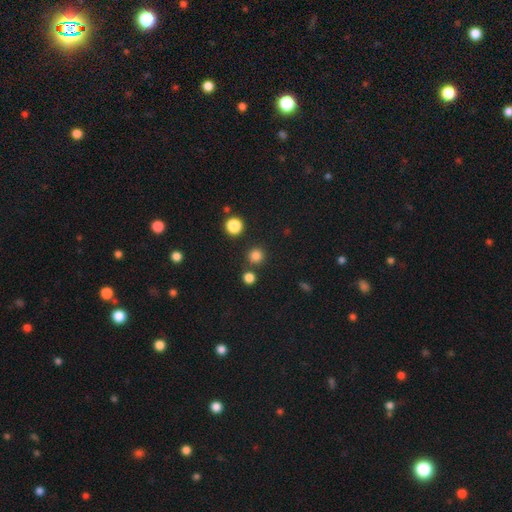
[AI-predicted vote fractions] Q: Smooth or featured?
A: smooth (80%); runner-up: star or artifact (16%)
Q: How rounded?
A: round (93%); runner-up: in between (6%)
Q: Merging?
A: none (81%); runner-up: merger (10%)